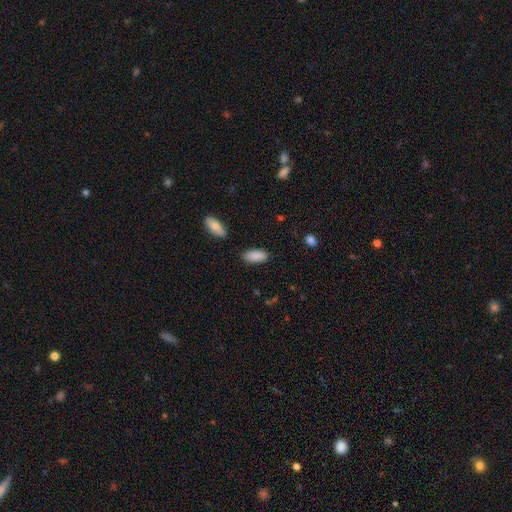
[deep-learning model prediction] Morphology: type=smooth (88%); roundness=in between (83%); merging=none (85%).